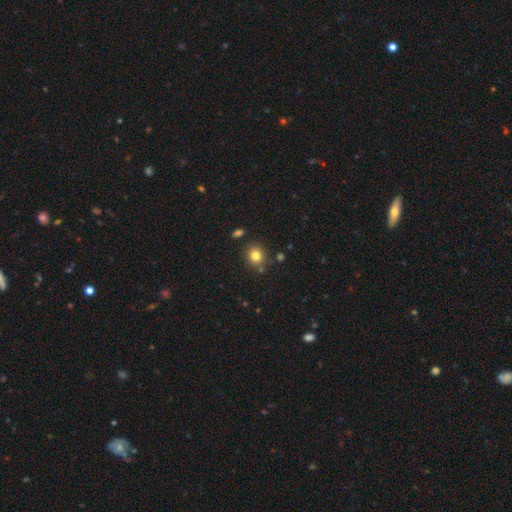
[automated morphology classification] smooth-or-featured: smooth: 82% | star or artifact: 12% | featured or disk: 7%
  how-rounded: round: 86% | in between: 13% | cigar-shaped: 1%
  merging: none: 82% | minor disturbance: 9% | merger: 6% | major disturbance: 3%